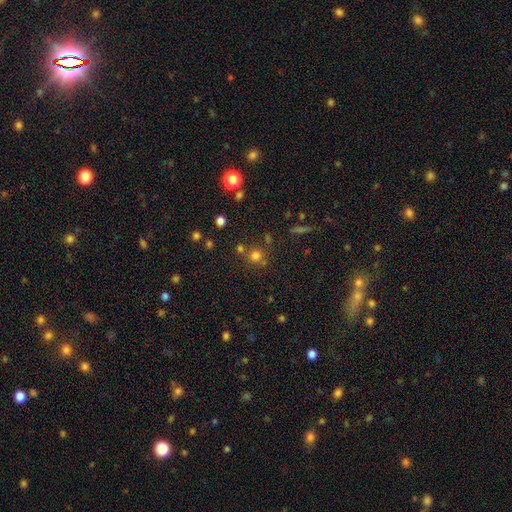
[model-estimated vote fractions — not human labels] Smooth or featured: smooth — 69% (star or artifact — 23%)
How rounded: round — 89% (in between — 10%)
Merging: none — 68% (merger — 18%)